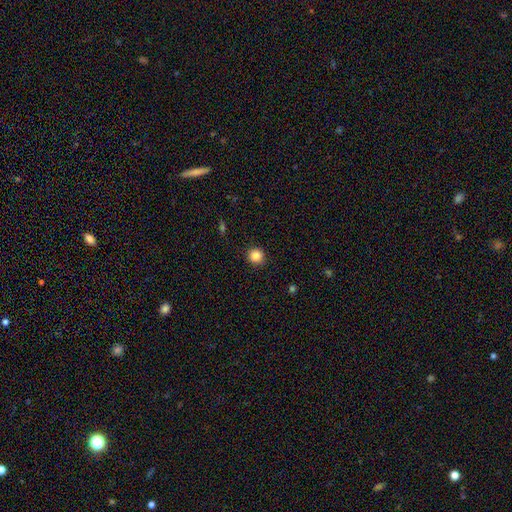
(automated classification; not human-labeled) Morphology: type=smooth (85%); roundness=round (94%); merging=none (92%).